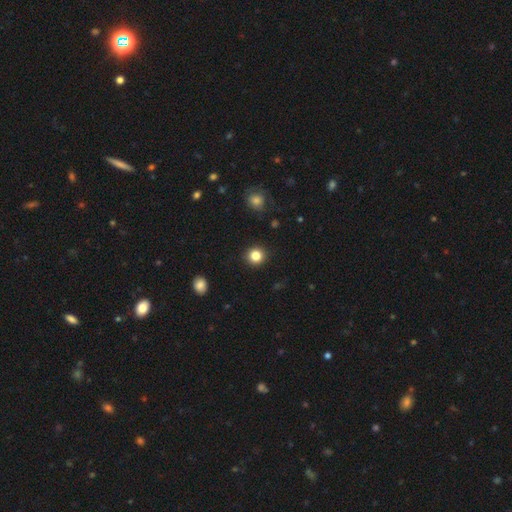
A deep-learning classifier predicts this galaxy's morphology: This is clearly a smooth galaxy (84%). How rounded: clearly round (92%). Merging: clearly none (92%).